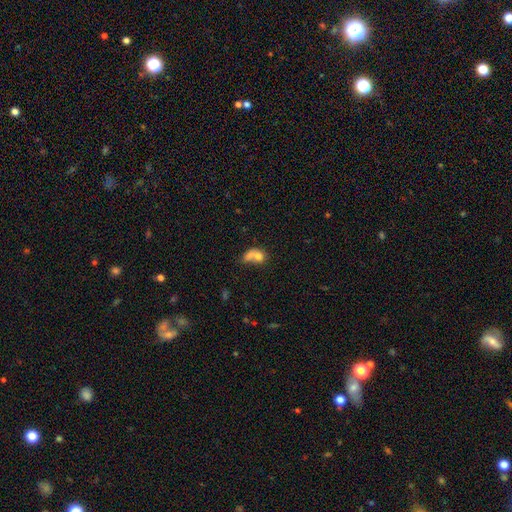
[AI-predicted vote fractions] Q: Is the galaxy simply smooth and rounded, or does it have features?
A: smooth — 71%.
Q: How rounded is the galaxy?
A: in between — 52%.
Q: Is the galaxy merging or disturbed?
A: merger — 62%.